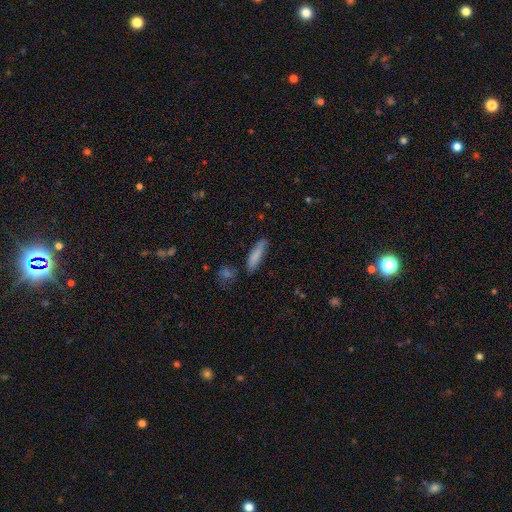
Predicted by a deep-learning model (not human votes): Smooth or featured? smooth (81%)
How rounded? cigar-shaped (74%)
Merging? none (77%)